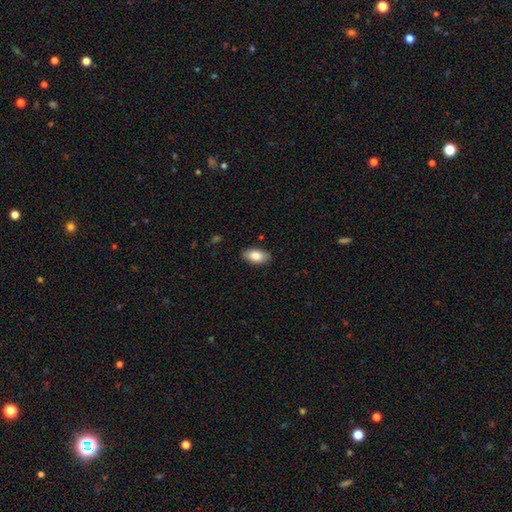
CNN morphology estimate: Smooth or featured? Predicted: smooth (p=0.84). How rounded? Predicted: in between (p=0.93). Merging? Predicted: none (p=0.88).